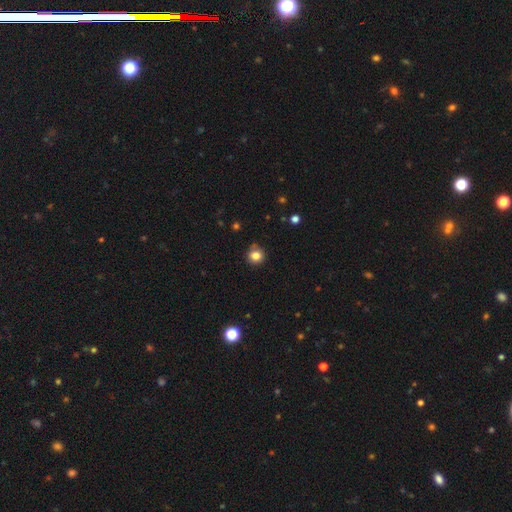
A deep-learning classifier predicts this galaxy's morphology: Smooth or featured? Predicted: smooth (p=0.81). How rounded? Predicted: round (p=0.91). Merging? Predicted: none (p=0.81).